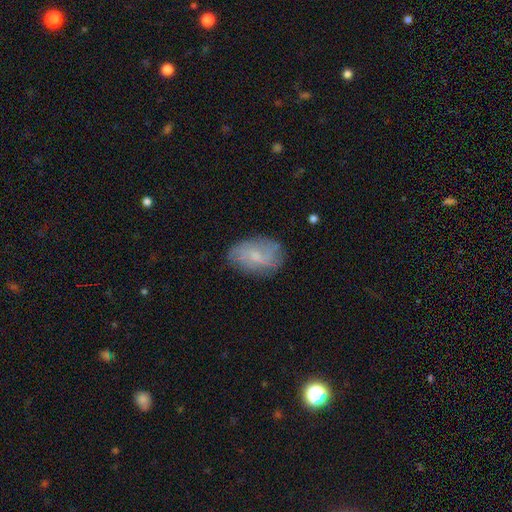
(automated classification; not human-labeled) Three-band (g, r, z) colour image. It shows a smooth galaxy with no disk features (49%). Merging: none (71%).